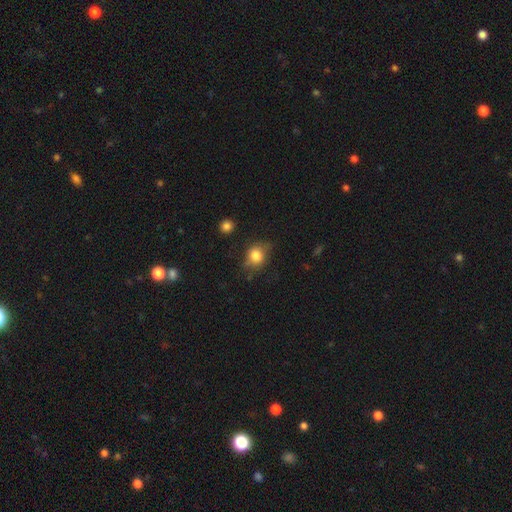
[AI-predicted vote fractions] Smooth or featured: smooth — 79% (featured or disk — 11%)
How rounded: round — 64% (in between — 34%)
Merging: none — 68% (minor disturbance — 23%)